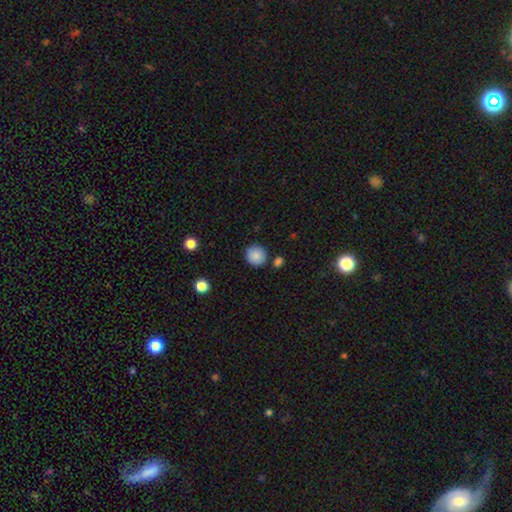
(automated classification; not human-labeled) Q: Smooth or featured?
A: smooth (86%); runner-up: star or artifact (9%)
Q: How rounded?
A: round (90%); runner-up: in between (9%)
Q: Merging?
A: none (85%); runner-up: minor disturbance (9%)